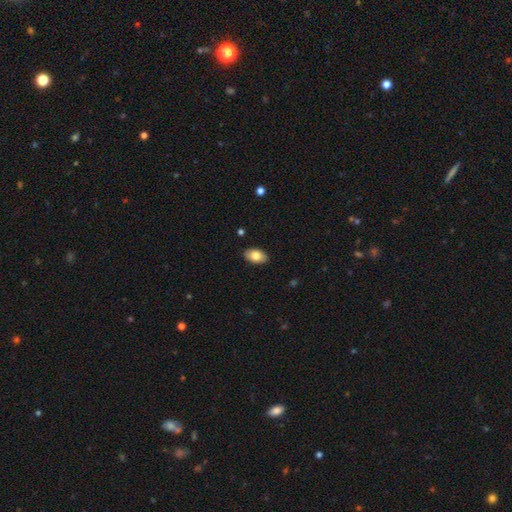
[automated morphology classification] A smooth galaxy with no disk features (80%) that is in between round and cigar-shaped (93%).

Vote fractions:
- Smooth or featured? smooth: 80% / featured or disk: 14% / star or artifact: 7%
- How rounded? in between: 93% / round: 6% / cigar-shaped: 1%
- Merging? none: 88% / minor disturbance: 9% / major disturbance: 2% / merger: 1%